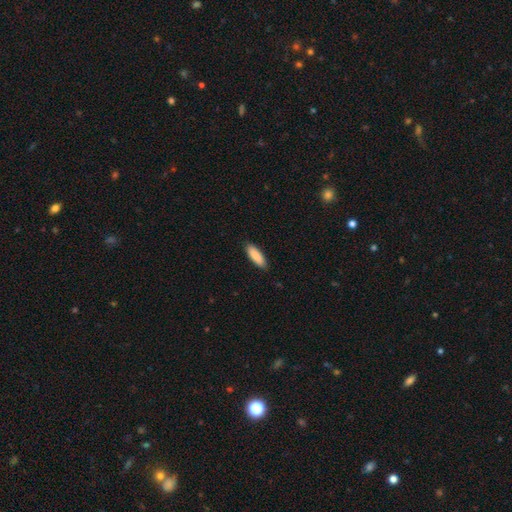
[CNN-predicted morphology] smooth-or-featured: smooth: 89% | featured or disk: 6% | star or artifact: 6%
  how-rounded: in between: 53% | cigar-shaped: 45% | round: 1%
  merging: none: 87% | minor disturbance: 10% | major disturbance: 2% | merger: 1%